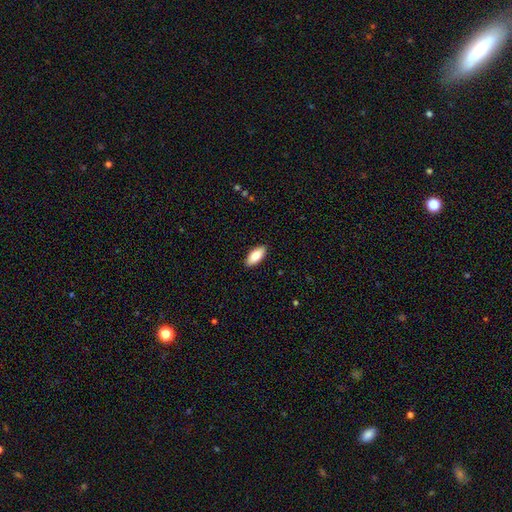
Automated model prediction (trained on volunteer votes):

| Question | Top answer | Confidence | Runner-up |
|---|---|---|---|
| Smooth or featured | smooth | 83% | featured or disk (11%) |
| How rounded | in between | 86% | cigar-shaped (12%) |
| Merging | none | 90% | minor disturbance (8%) |